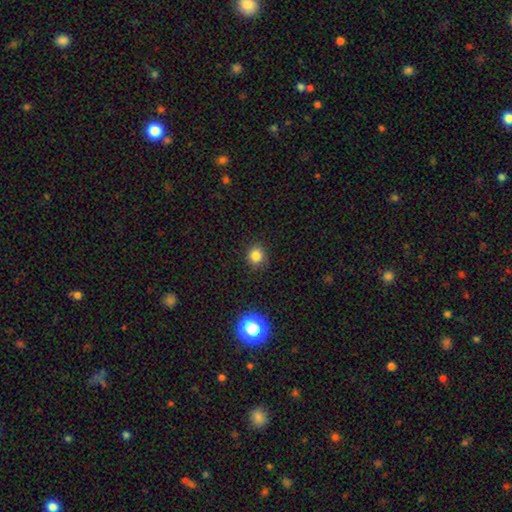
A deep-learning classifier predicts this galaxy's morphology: A smooth galaxy with no disk features (81%) that is round (84%). Merging: none (87%).